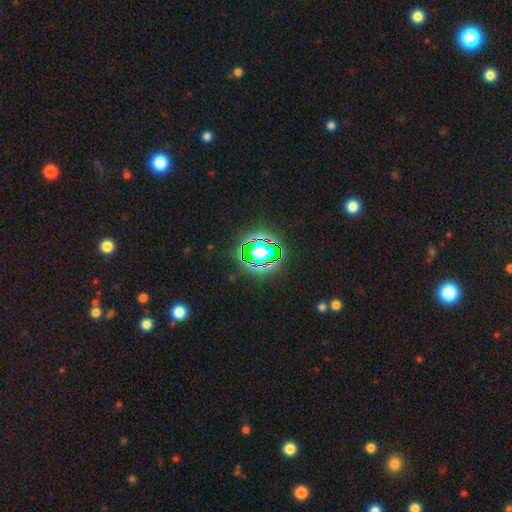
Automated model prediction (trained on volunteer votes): smooth-or-featured: star or artifact: 64% | smooth: 22% | featured or disk: 15%